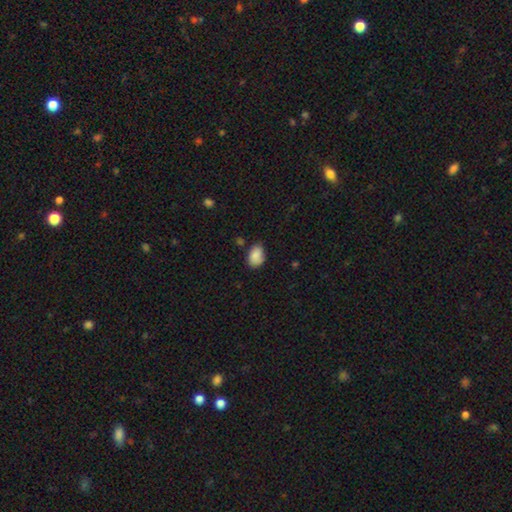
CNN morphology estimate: Smooth or featured?
  - smooth: 85% *
  - star or artifact: 8%
  - featured or disk: 7%
How rounded?
  - in between: 82% *
  - round: 16%
  - cigar-shaped: 1%
Merging?
  - none: 67% *
  - minor disturbance: 26%
  - major disturbance: 4%
  - merger: 3%